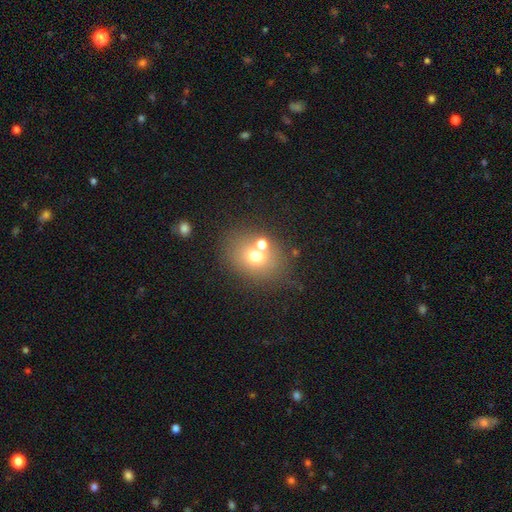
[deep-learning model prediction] The model was most divided on "how rounded": round: 56%, in between: 43%, cigar-shaped: 1%. More confident: smooth or featured — smooth (66%); merging — none (57%).